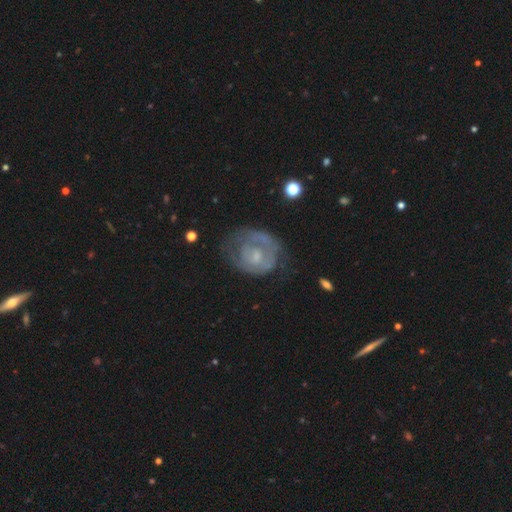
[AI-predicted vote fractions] Smooth or featured? featured or disk (64%)
Edge-on disk? no (97%)
Bar? no (68%)
Spiral arms? yes (56%)
Bulge size? small (47%)
Merging? none (50%)